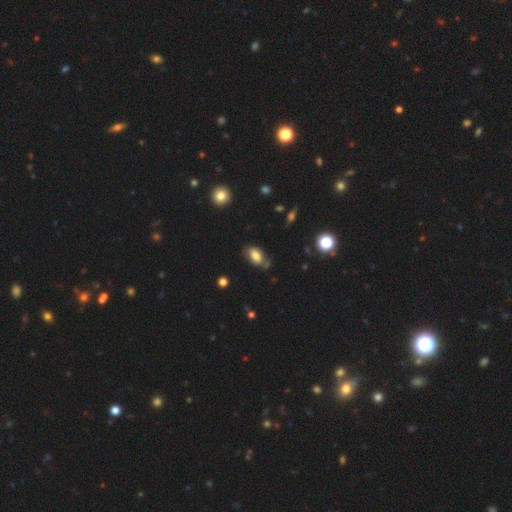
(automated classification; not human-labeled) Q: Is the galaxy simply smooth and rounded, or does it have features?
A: smooth — 74%.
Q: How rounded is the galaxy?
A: in between — 91%.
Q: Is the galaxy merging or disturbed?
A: none — 64%.